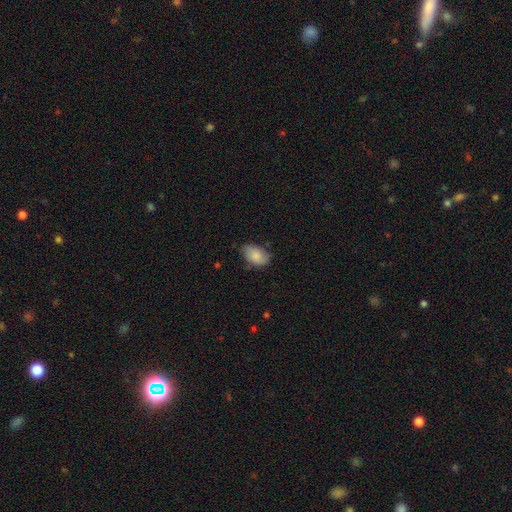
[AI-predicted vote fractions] Smooth or featured?
  - smooth: 83% *
  - featured or disk: 10%
  - star or artifact: 7%
How rounded?
  - in between: 90% *
  - round: 8%
  - cigar-shaped: 1%
Merging?
  - none: 68% *
  - minor disturbance: 26%
  - major disturbance: 5%
  - merger: 2%